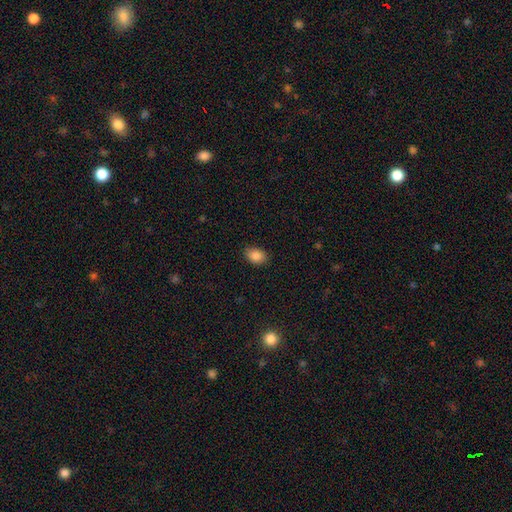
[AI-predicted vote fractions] Smooth or featured? smooth (86%)
How rounded? in between (75%)
Merging? none (86%)